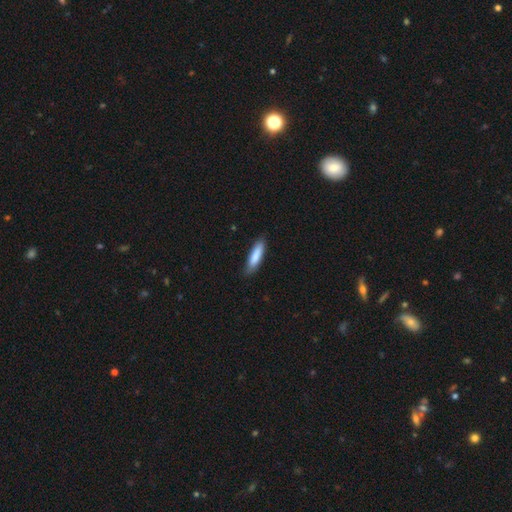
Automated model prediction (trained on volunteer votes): The model was most divided on "how rounded": cigar-shaped: 69%, in between: 30%, round: 1%. More confident: smooth or featured — smooth (83%); merging — none (81%).